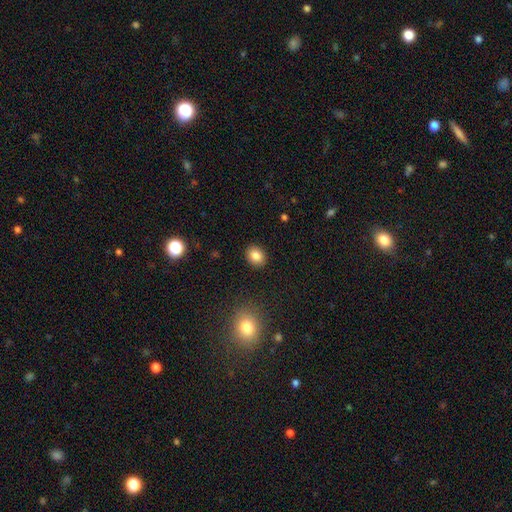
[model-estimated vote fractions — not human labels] Smooth or featured? smooth (84%)
How rounded? round (55%)
Merging? none (90%)